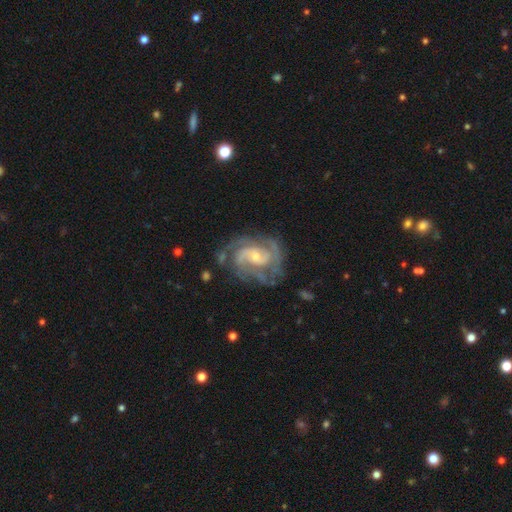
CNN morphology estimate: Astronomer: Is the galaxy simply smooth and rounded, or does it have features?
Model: featured or disk — 89%.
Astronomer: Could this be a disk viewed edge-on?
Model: no — 98%.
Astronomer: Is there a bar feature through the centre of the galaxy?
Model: no — 46% (runner-up: weak, 43%).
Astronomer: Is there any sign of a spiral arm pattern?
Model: yes — 97%.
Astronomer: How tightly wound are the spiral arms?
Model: tight — 46% (runner-up: medium, 45%).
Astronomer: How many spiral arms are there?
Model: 2 — 43% (runner-up: 3, 27%).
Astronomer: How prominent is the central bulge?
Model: small — 59% (runner-up: moderate, 35%).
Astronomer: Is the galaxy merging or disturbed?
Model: none — 69%.